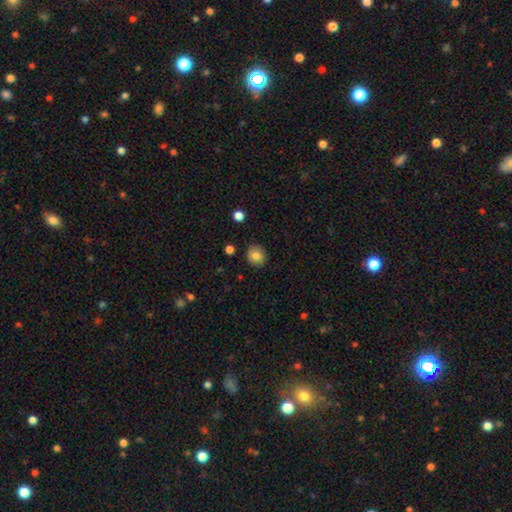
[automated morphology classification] The model was most divided on "how rounded": round: 79%, in between: 20%, cigar-shaped: 1%. More confident: merging — none (88%); smooth or featured — smooth (83%).